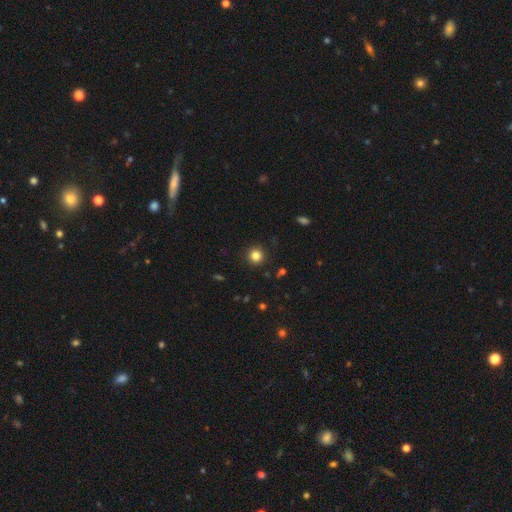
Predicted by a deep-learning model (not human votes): This appears to be a smooth galaxy with no disk features (83%) that is round (94%). Merging: none (91%).